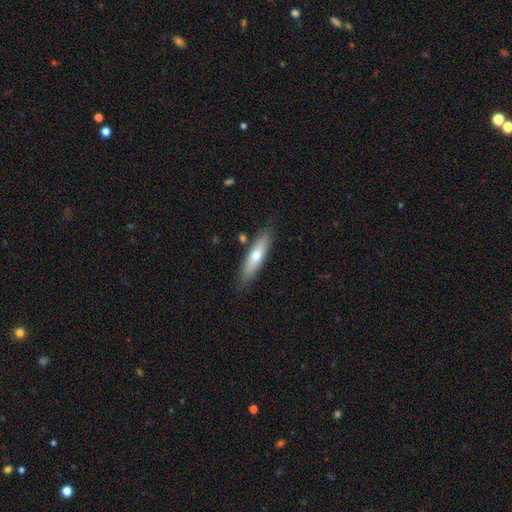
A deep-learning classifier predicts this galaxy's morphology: Smooth or featured: smooth — 58% (featured or disk — 36%)
How rounded: cigar-shaped — 72% (in between — 26%)
Merging: none — 84% (minor disturbance — 11%)